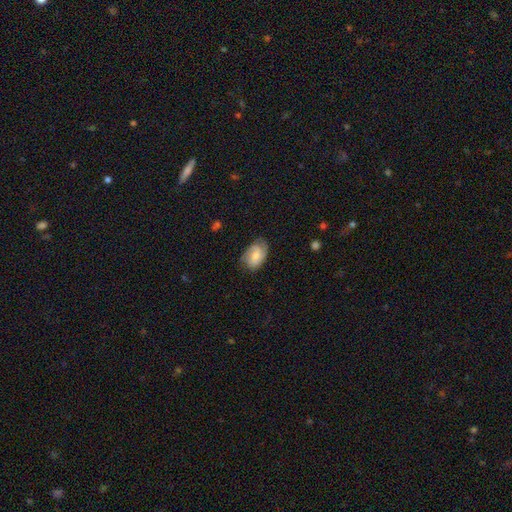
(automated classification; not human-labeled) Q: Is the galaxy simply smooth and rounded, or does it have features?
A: featured or disk — 49%.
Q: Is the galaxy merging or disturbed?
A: none — 67%.